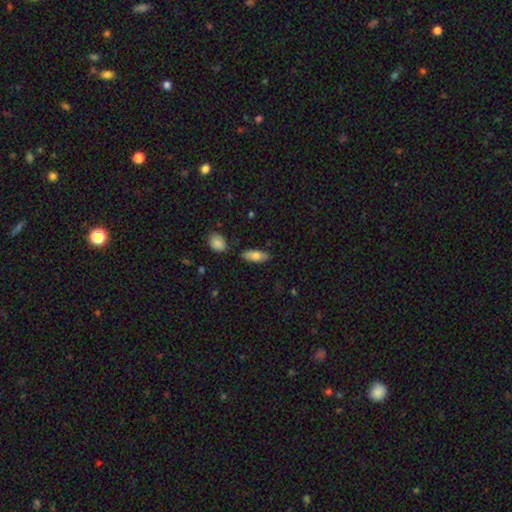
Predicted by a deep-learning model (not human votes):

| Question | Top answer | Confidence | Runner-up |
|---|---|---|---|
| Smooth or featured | smooth | 76% | featured or disk (18%) |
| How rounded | in between | 76% | cigar-shaped (21%) |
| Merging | none | 80% | minor disturbance (13%) |